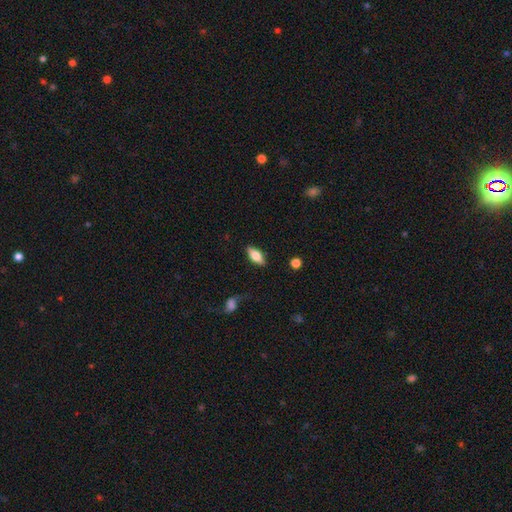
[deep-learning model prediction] smooth 60%, featured or disk 34%, star or artifact 7%. Down the decision tree: how rounded — in between (77%); merging — none (84%).